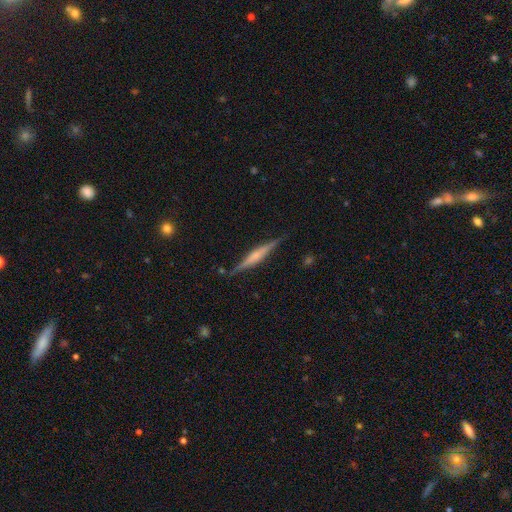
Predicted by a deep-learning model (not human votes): Smooth or featured: featured or disk — 68% (smooth — 26%)
Edge-on disk: yes — 97% (no — 3%)
Edge-on bulge: rounded — 55% (boxy — 24%)
Merging: none — 85% (minor disturbance — 11%)